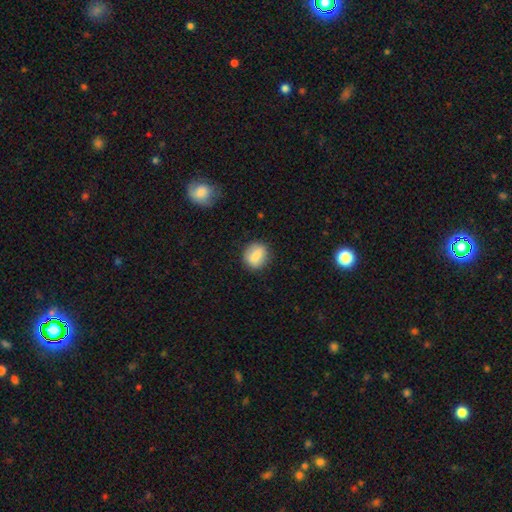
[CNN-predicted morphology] Smooth or featured? Predicted: smooth (p=0.79). How rounded? Predicted: round (p=0.61). Merging? Predicted: none (p=0.84).